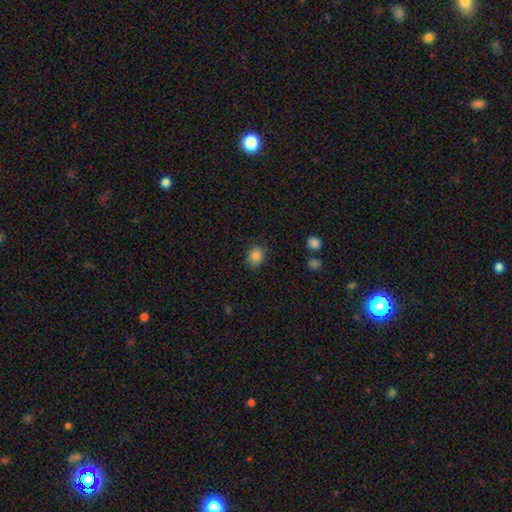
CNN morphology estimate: The model was most divided on "how rounded": round: 60%, in between: 39%, cigar-shaped: 1%. More confident: smooth or featured — smooth (85%); merging — none (84%).